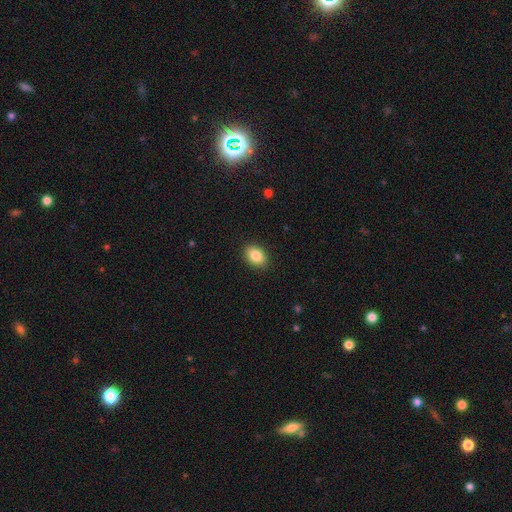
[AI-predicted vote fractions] Smooth or featured: smooth — 86% (star or artifact — 8%)
How rounded: in between — 79% (round — 20%)
Merging: none — 89% (minor disturbance — 8%)